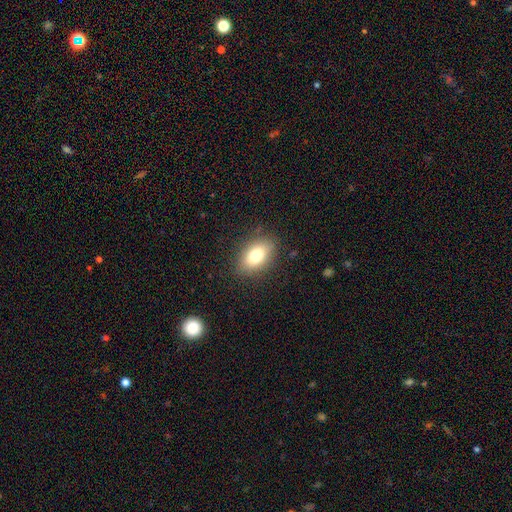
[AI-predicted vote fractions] Overall: smooth (76%). How rounded: in between (85%). Merging: none (85%).